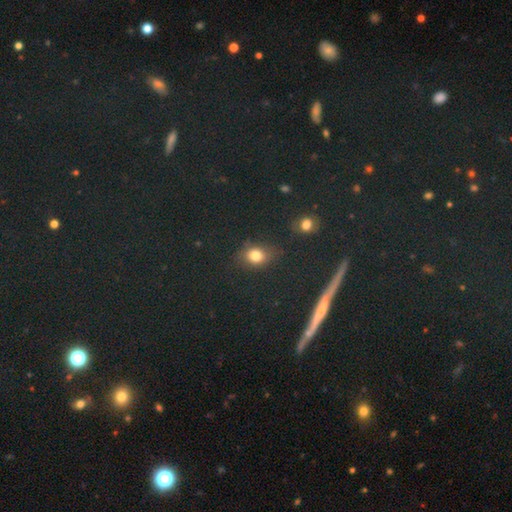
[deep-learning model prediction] smooth_or_featured: smooth (p=0.75) [alt: star or artifact p=0.17]
how_rounded: round (p=0.51) [alt: in between p=0.47]
merging: none (p=0.74) [alt: minor disturbance p=0.16]